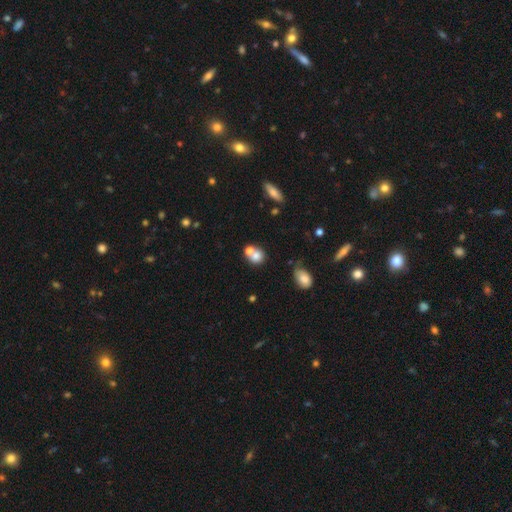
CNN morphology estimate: This appears to be a smooth galaxy with no disk features (73%) that is round (71%). Merging: merger (46%).